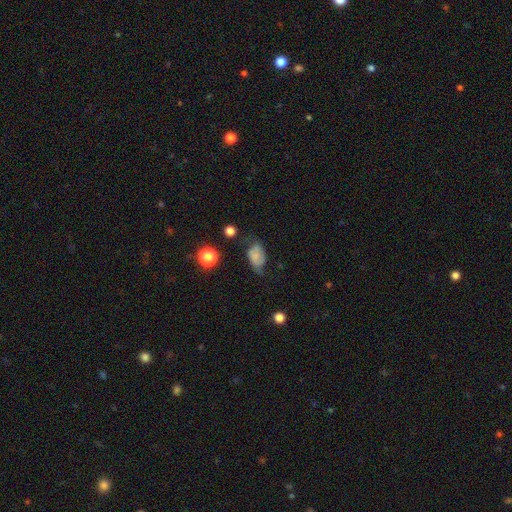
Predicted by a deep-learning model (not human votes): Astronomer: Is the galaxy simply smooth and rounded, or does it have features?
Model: smooth — 63%.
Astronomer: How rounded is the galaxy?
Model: in between — 85%.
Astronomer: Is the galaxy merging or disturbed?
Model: none — 40% (runner-up: minor disturbance, 39%).